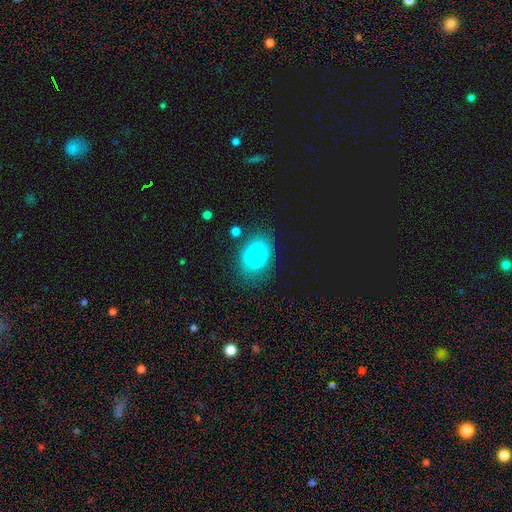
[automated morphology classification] type=smooth (80%); roundness=in between (65%); merging=none (60%).